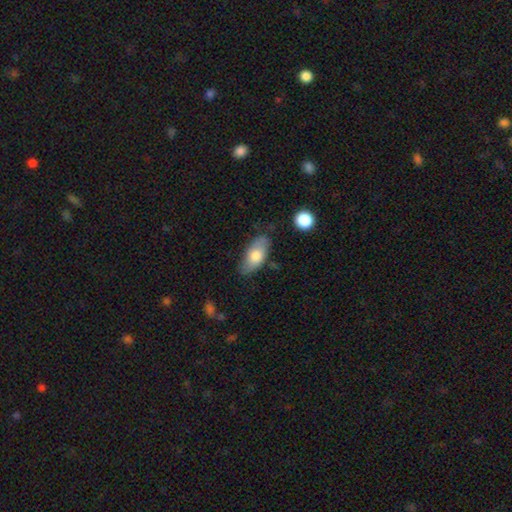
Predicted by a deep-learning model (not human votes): smooth-or-featured: smooth: 73% | featured or disk: 21% | star or artifact: 6%
  how-rounded: in between: 89% | cigar-shaped: 8% | round: 3%
  merging: none: 72% | minor disturbance: 21% | major disturbance: 5% | merger: 3%